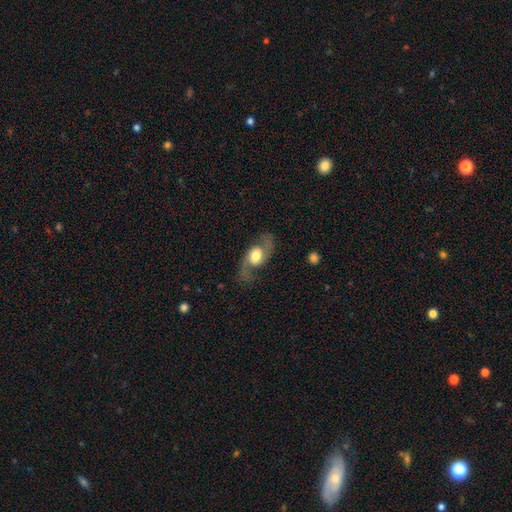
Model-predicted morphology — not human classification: smooth-or-featured: featured or disk: 76% | smooth: 18% | star or artifact: 6%
  disk-edge-on: no: 94% | yes: 6%
    bar: no: 57% | weak: 33% | strong: 10%
    has-spiral-arms: yes: 91% | no: 9%
      spiral-winding: loose: 57% | medium: 35% | tight: 8%
      spiral-arm-count: 2: 92% | can't tell: 3% | 1: 3% | 3: 1% | 4: 1% | more than 4: 1%
    bulge-size: moderate: 51% | large: 38% | small: 6% | dominant: 4% | none: 1%
  merging: none: 72% | minor disturbance: 15% | major disturbance: 11% | merger: 2%